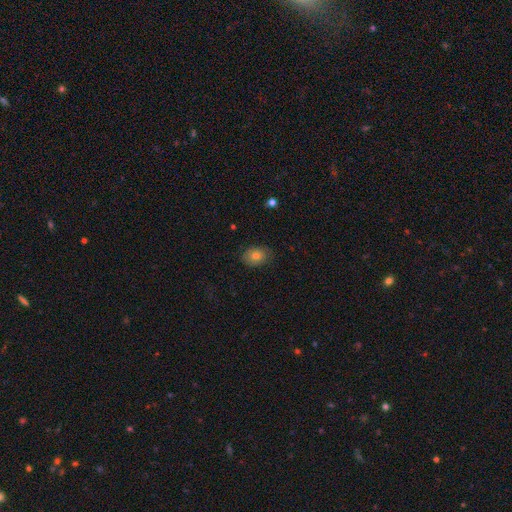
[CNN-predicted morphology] Smooth or featured? Predicted: smooth (p=0.75). How rounded? Predicted: in between (p=0.68). Merging? Predicted: none (p=0.78).